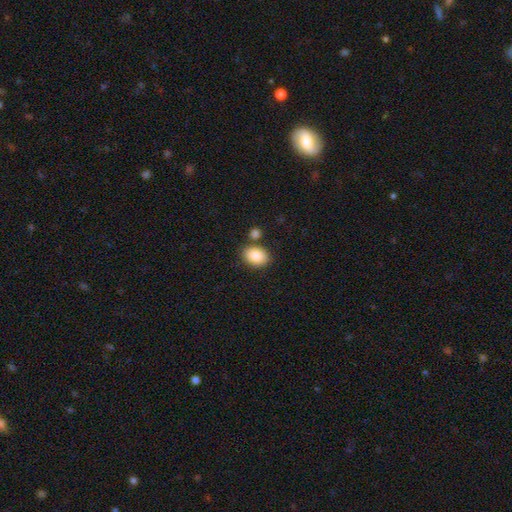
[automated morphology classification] smooth 87%, star or artifact 7%, featured or disk 6%. Down the decision tree: how rounded — in between (72%); merging — none (76%).